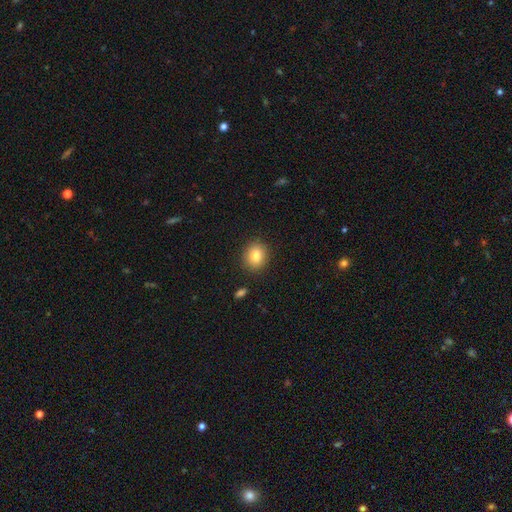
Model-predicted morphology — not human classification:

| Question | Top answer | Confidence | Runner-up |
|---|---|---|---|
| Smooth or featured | smooth | 83% | star or artifact (9%) |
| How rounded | round | 72% | in between (27%) |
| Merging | none | 89% | minor disturbance (8%) |